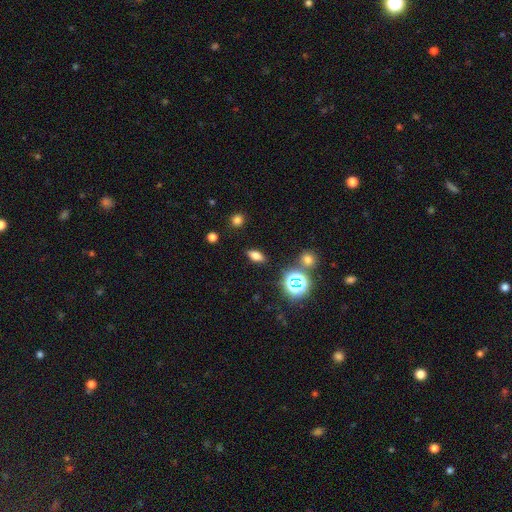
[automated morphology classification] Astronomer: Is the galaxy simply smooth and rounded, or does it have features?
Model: smooth — 70%.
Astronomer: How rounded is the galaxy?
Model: in between — 78%.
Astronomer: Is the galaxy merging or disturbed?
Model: none — 86%.